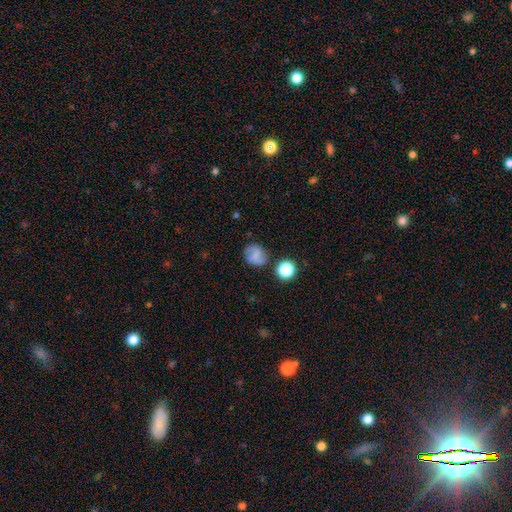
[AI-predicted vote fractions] A smooth galaxy with no disk features (60%) that is round (75%).

Vote fractions:
- Smooth or featured? smooth: 60% / featured or disk: 27% / star or artifact: 13%
- How rounded? round: 75% / in between: 24% / cigar-shaped: 1%
- Merging? none: 73% / minor disturbance: 16% / major disturbance: 6% / merger: 5%